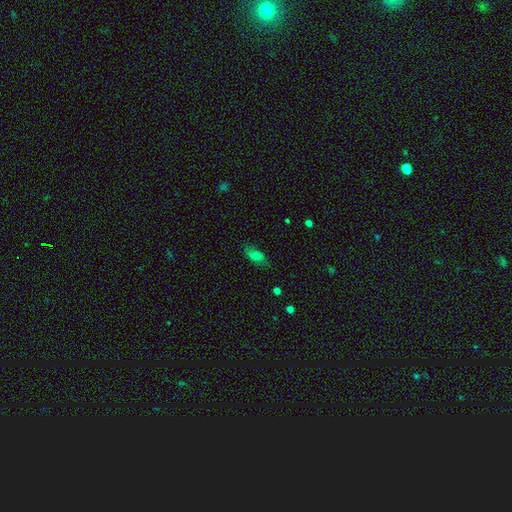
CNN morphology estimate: Smooth or featured?
  - smooth: 69% *
  - featured or disk: 19%
  - star or artifact: 12%
How rounded?
  - in between: 83% *
  - cigar-shaped: 11%
  - round: 7%
Merging?
  - none: 75% *
  - minor disturbance: 19%
  - major disturbance: 5%
  - merger: 1%